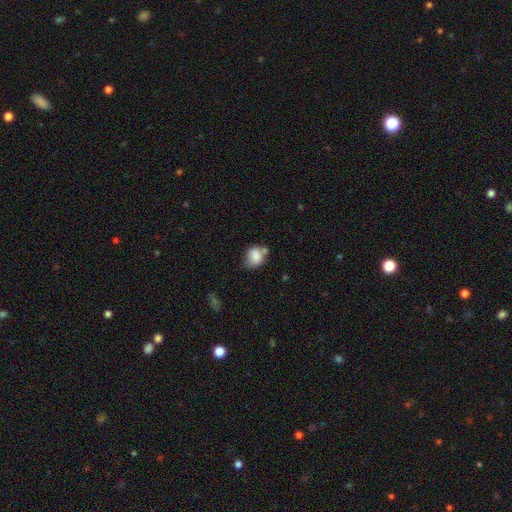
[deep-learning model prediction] The model was most divided on "how rounded": round: 50%, in between: 49%, cigar-shaped: 1%. Remaining: smooth or featured — smooth (81%); merging — none (42%).